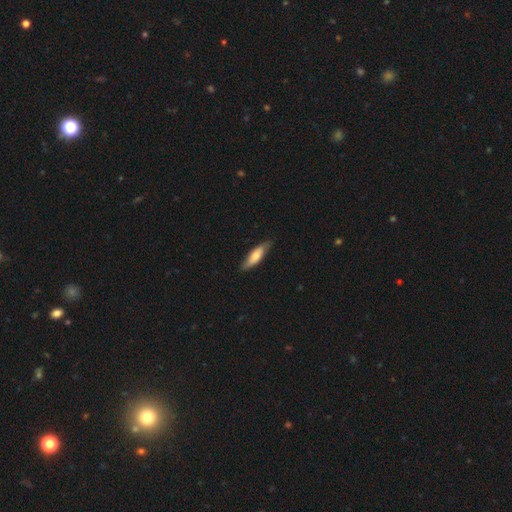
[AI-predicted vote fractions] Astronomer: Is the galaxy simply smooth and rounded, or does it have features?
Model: smooth — 62%.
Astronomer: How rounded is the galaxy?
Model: cigar-shaped — 55% (runner-up: in between, 43%).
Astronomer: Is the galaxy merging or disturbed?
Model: none — 79%.